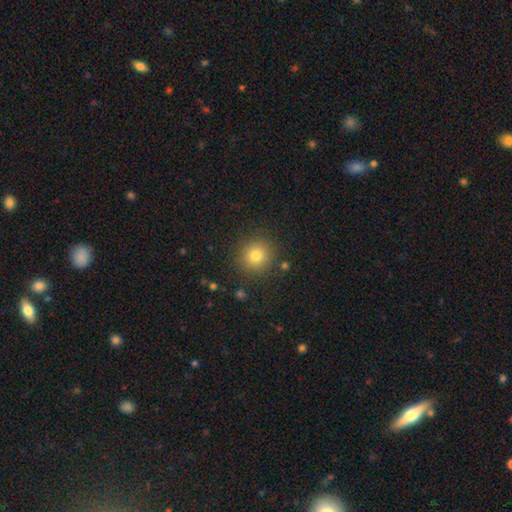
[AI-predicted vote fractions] Smooth or featured?
  - smooth: 79% *
  - star or artifact: 14%
  - featured or disk: 8%
How rounded?
  - round: 92% *
  - in between: 7%
  - cigar-shaped: 1%
Merging?
  - none: 88% *
  - minor disturbance: 7%
  - major disturbance: 3%
  - merger: 2%